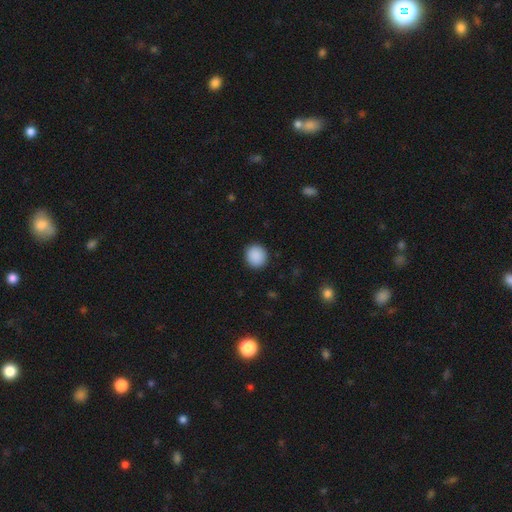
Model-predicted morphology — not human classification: Smooth or featured? Predicted: smooth (p=0.90). How rounded? Predicted: round (p=0.89). Merging? Predicted: none (p=0.91).